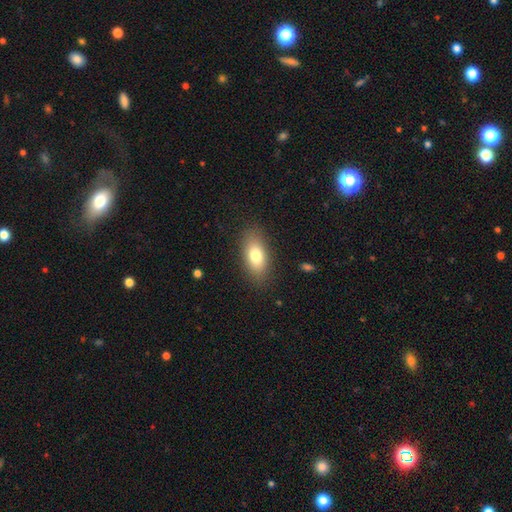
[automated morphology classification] Overall: smooth (76%). How rounded: in between (87%). Merging: none (85%).